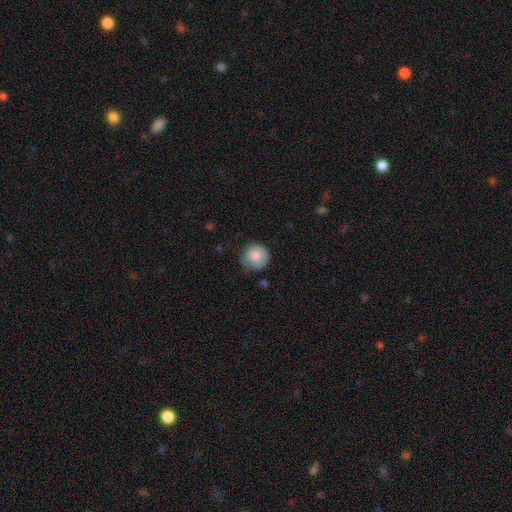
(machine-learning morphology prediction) smooth_or_featured: smooth (p=0.83) [alt: featured or disk p=0.10]
how_rounded: round (p=0.91) [alt: in between p=0.08]
merging: none (p=0.64) [alt: minor disturbance p=0.28]